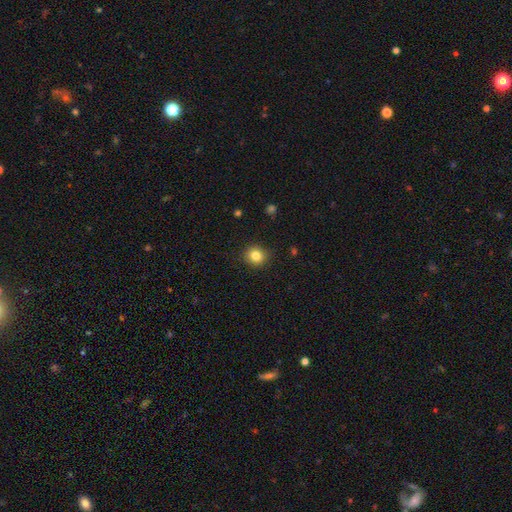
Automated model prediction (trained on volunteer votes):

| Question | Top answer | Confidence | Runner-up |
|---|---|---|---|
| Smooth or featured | smooth | 83% | star or artifact (11%) |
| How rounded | round | 86% | in between (13%) |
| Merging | none | 90% | minor disturbance (7%) |